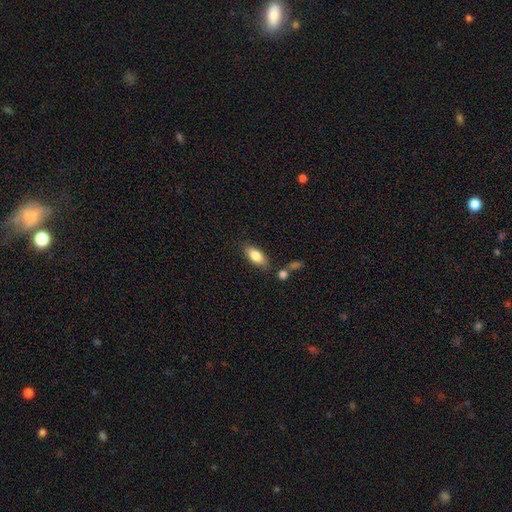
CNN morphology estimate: This is clearly a smooth galaxy (81%). How rounded: clearly in between (86%). Merging: likely none (76%).